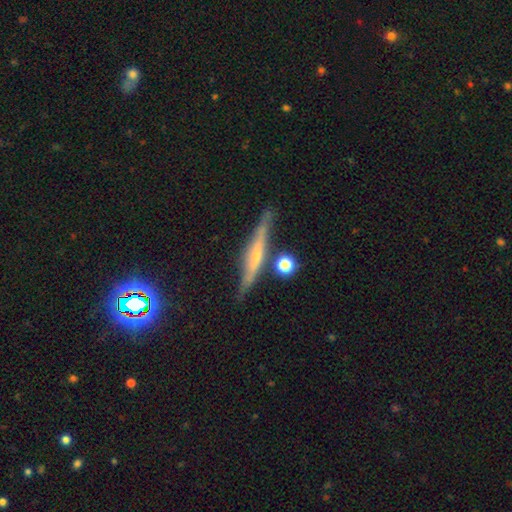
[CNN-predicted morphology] type=featured or disk (65%); edge-on=yes (94%); edge-on bulge=rounded (50%); merging=none (78%).